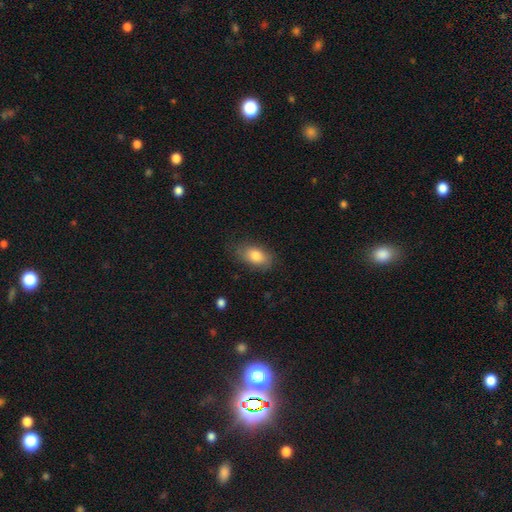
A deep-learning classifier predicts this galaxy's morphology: A smooth galaxy with no disk features (81%) that is in between round and cigar-shaped (90%).

Vote fractions:
- Smooth or featured? smooth: 81% / featured or disk: 12% / star or artifact: 7%
- How rounded? in between: 90% / round: 7% / cigar-shaped: 3%
- Merging? none: 77% / minor disturbance: 17% / major disturbance: 5% / merger: 1%